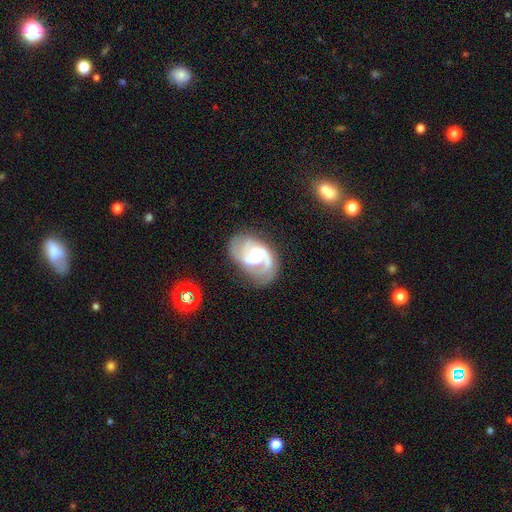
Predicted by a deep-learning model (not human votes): smooth-or-featured: featured or disk: 88% | smooth: 7% | star or artifact: 5%
  disk-edge-on: no: 98% | yes: 2%
    bar: weak: 46% | no: 44% | strong: 10%
    has-spiral-arms: yes: 97% | no: 3%
      spiral-winding: medium: 49% | tight: 39% | loose: 11%
      spiral-arm-count: 2: 70% | 3: 13% | can't tell: 7% | 1: 5% | 4: 2% | more than 4: 2%
    bulge-size: moderate: 52% | small: 36% | large: 7% | none: 4% | dominant: 1%
  merging: none: 70% | minor disturbance: 19% | major disturbance: 9% | merger: 2%